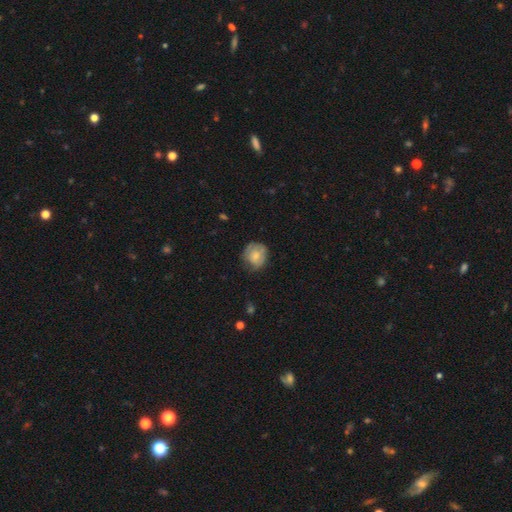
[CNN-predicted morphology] Smooth or featured? smooth (68%)
How rounded? round (78%)
Merging? none (62%)